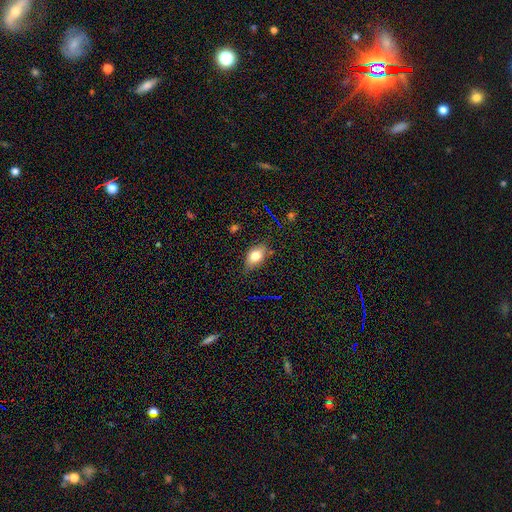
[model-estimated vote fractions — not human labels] A smooth galaxy with no disk features (72%) that is in between round and cigar-shaped (82%). Merging: none (74%).